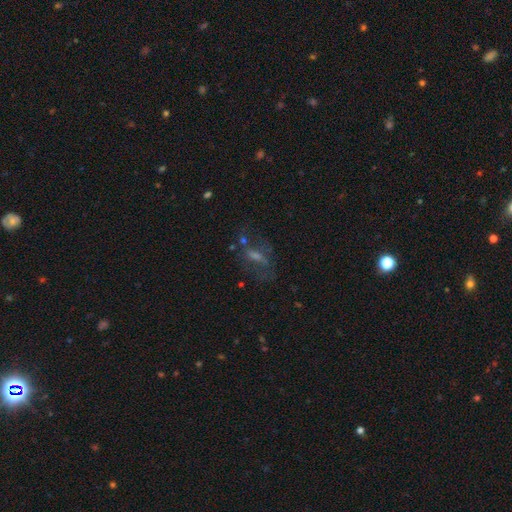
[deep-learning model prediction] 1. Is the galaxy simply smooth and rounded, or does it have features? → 47% featured or disk, 28% smooth, 26% star or artifact.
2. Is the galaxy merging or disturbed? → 54% none, 23% major disturbance, 17% minor disturbance, 5% merger.